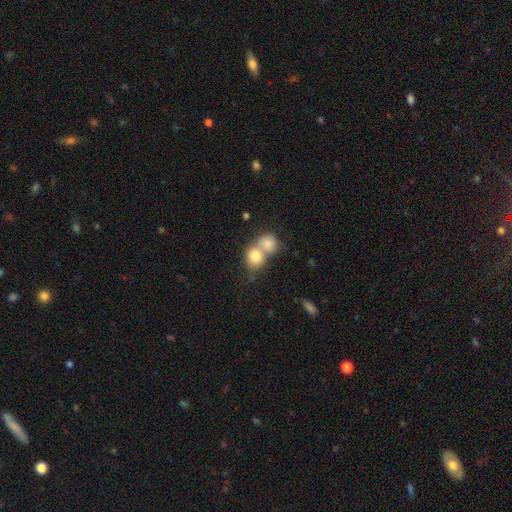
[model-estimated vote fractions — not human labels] Q: Smooth or featured?
A: smooth (80%); runner-up: featured or disk (11%)
Q: How rounded?
A: round (70%); runner-up: in between (28%)
Q: Merging?
A: merger (64%); runner-up: none (26%)